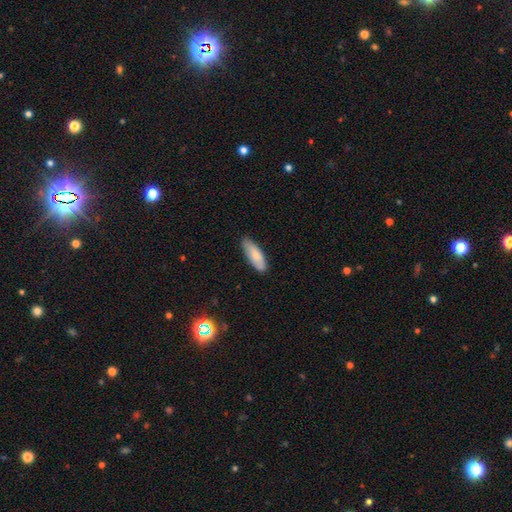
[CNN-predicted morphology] Smooth or featured: smooth — 83% (featured or disk — 12%)
How rounded: in between — 59% (cigar-shaped — 40%)
Merging: none — 82% (minor disturbance — 15%)